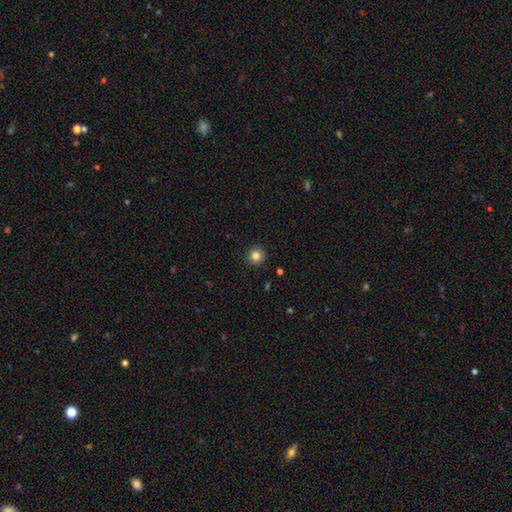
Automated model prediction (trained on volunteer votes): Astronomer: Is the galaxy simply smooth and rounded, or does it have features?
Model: smooth — 84%.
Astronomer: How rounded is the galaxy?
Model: round — 94%.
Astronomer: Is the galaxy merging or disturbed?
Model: none — 92%.